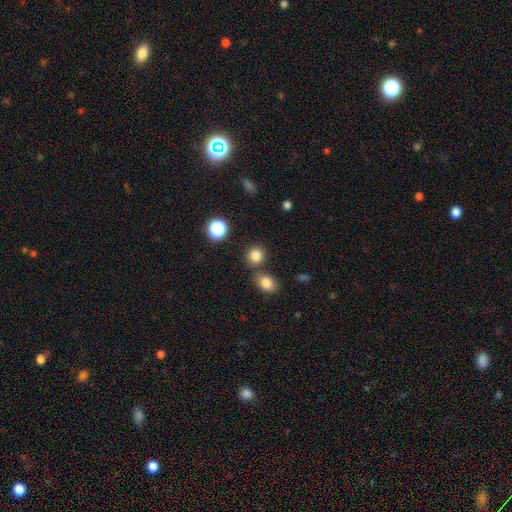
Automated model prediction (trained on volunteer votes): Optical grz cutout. It shows a smooth galaxy with no disk features (82%) that is round (85%). Merging: none (71%).